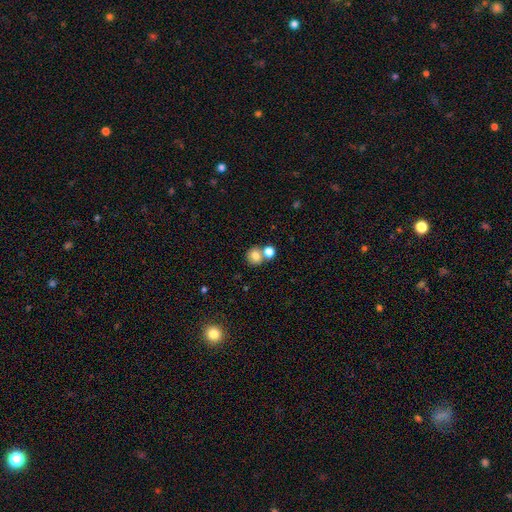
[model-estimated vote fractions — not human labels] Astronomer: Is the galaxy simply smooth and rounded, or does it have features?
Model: smooth — 78%.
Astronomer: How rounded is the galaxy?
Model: round — 84%.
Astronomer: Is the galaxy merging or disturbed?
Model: none — 54% (runner-up: merger, 35%).